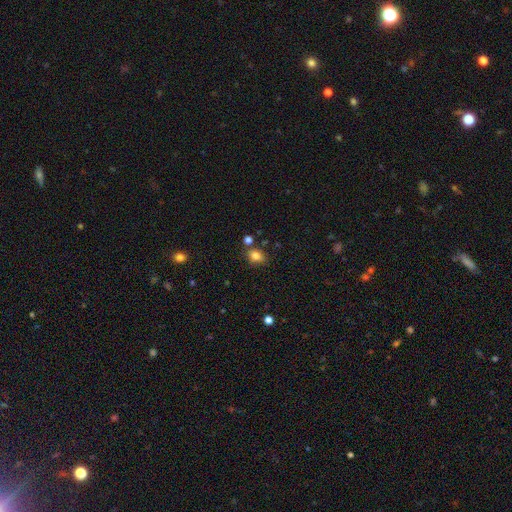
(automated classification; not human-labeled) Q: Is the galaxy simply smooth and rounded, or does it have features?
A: smooth — 81%.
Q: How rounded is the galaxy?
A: in between — 58%.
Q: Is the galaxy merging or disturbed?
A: none — 73%.